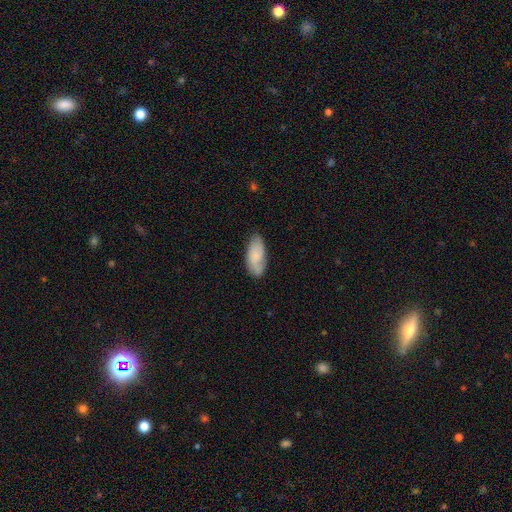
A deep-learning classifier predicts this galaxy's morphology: Smooth or featured: smooth — 65% (featured or disk — 28%)
How rounded: in between — 90% (cigar-shaped — 8%)
Merging: none — 73% (minor disturbance — 21%)